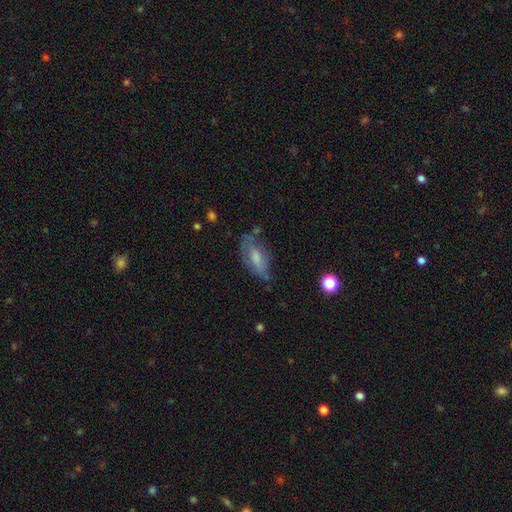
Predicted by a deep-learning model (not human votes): Smooth or featured: smooth — 45% (featured or disk — 43%)
Merging: none — 57% (minor disturbance — 28%)